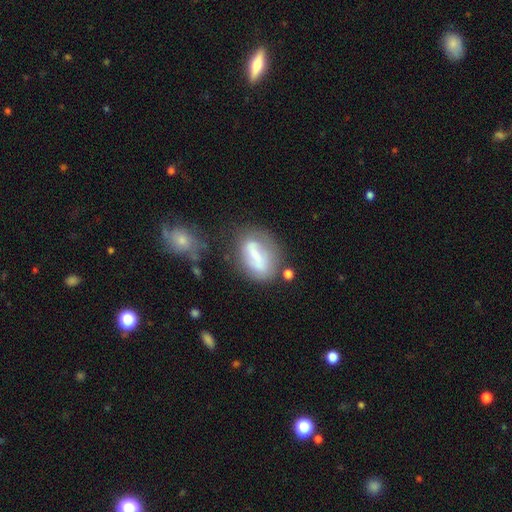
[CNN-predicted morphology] Smooth or featured? smooth (51%)
How rounded? in between (75%)
Merging? none (59%)